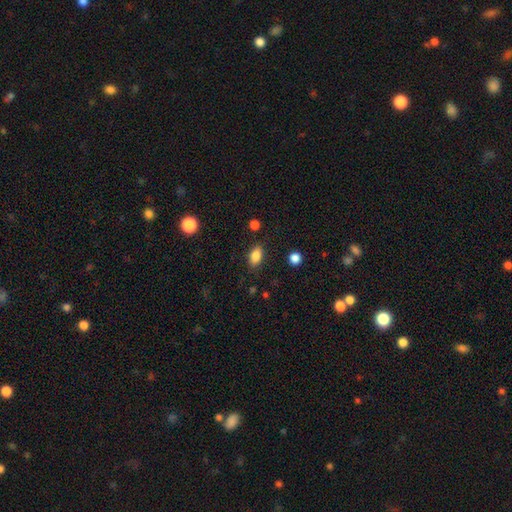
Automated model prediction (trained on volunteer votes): Smooth or featured?
  - smooth: 84% *
  - star or artifact: 9%
  - featured or disk: 7%
How rounded?
  - in between: 86% *
  - round: 10%
  - cigar-shaped: 4%
Merging?
  - none: 84% *
  - minor disturbance: 11%
  - major disturbance: 3%
  - merger: 2%